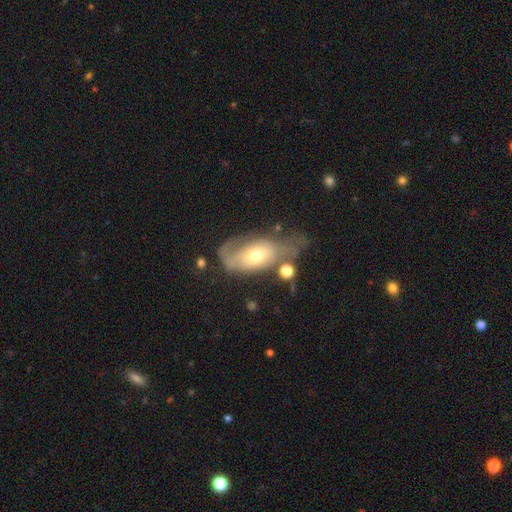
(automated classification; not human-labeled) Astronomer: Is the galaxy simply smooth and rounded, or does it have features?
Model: featured or disk — 50% (runner-up: smooth, 42%).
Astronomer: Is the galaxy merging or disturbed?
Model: major disturbance — 40% (runner-up: none, 26%).